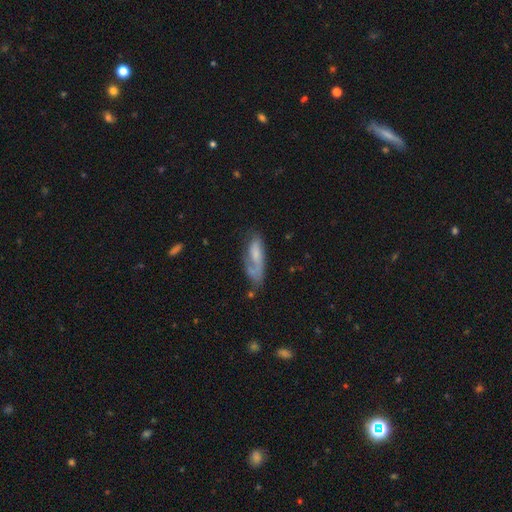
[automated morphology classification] Smooth or featured?
  - smooth: 46% * (tied)
  - featured or disk: 46% * (tied)
  - star or artifact: 8%
Merging?
  - none: 46% *
  - minor disturbance: 26%
  - major disturbance: 22%
  - merger: 6%